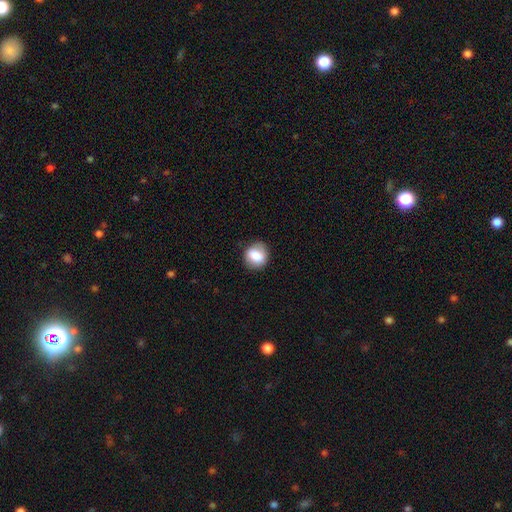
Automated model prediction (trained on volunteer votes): The model was most divided on "how rounded": round: 71%, in between: 28%, cigar-shaped: 1%. More confident: merging — none (81%); smooth or featured — smooth (80%).